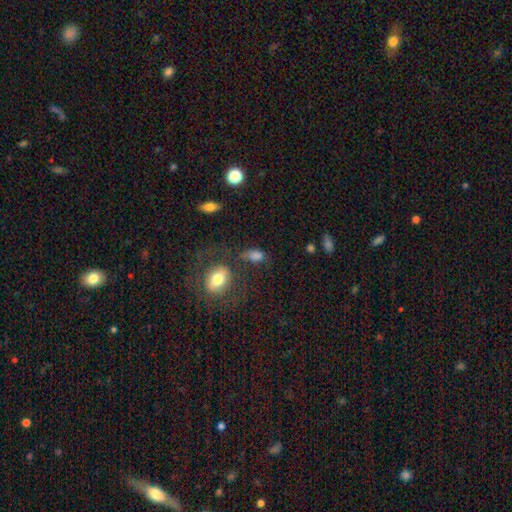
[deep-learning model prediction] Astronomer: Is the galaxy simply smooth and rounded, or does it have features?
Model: smooth — 72%.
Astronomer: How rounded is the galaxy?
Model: in between — 78%.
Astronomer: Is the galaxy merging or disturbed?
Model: none — 50%.